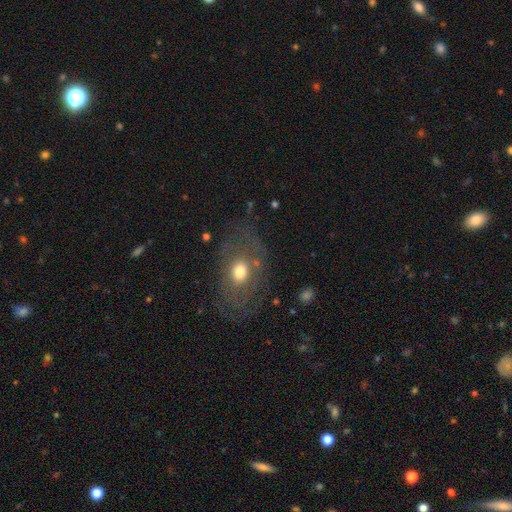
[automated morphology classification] The model was most divided on "smooth or featured": smooth: 47%, featured or disk: 28%, star or artifact: 25%. More confident: merging — none (77%).